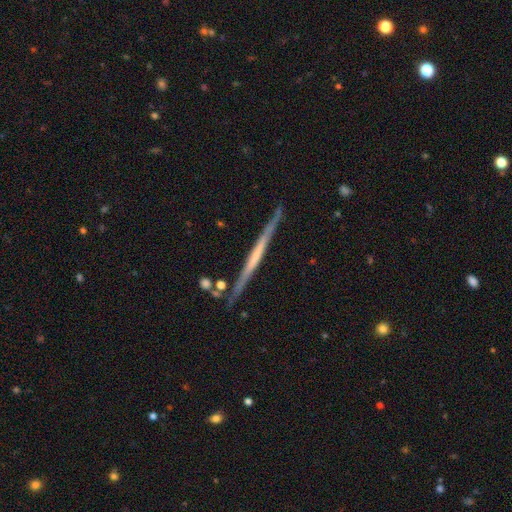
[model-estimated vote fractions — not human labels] This appears to be a featured or disk galaxy (67%) viewed edge-on (97%) with no central bulge (82%). Merging: none (86%).